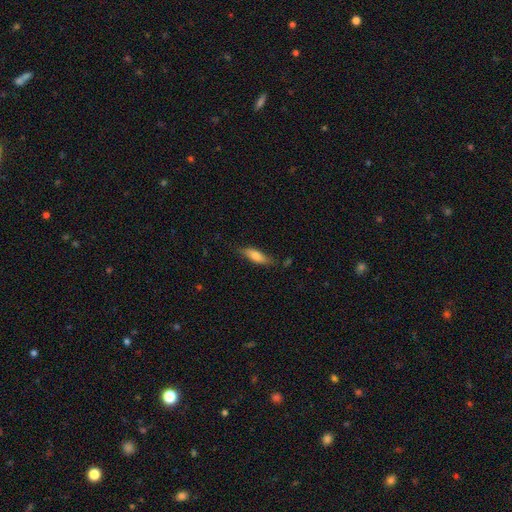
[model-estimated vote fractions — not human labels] smooth 71%, featured or disk 23%, star or artifact 6%. Down the decision tree: how rounded — in between (53%); merging — none (74%).